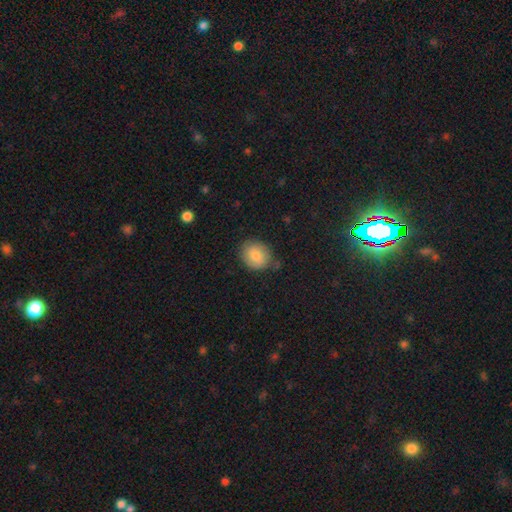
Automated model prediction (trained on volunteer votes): A smooth galaxy with no disk features (81%) that is round (70%). Merging: none (76%).